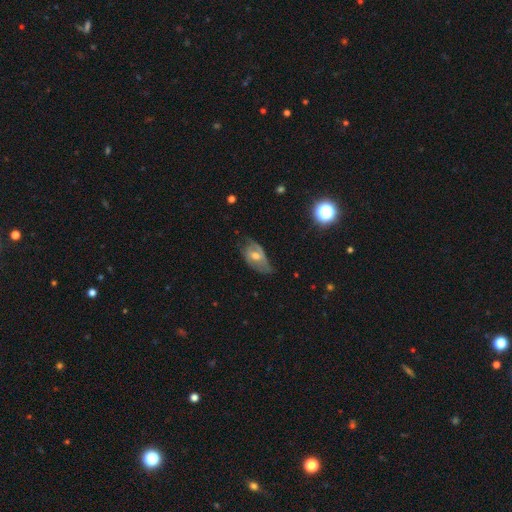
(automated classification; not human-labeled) Q: Smooth or featured?
A: featured or disk (57%); runner-up: smooth (33%)
Q: Edge-on disk?
A: no (91%); runner-up: yes (9%)
Q: Bar?
A: no (52%); runner-up: weak (38%)
Q: Spiral arms?
A: yes (64%); runner-up: no (36%)
Q: Bulge size?
A: moderate (66%); runner-up: small (25%)
Q: Merging?
A: none (47%); runner-up: minor disturbance (34%)